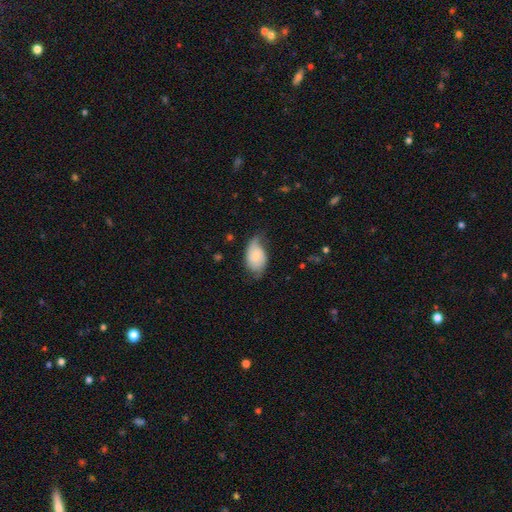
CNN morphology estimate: The model was most divided on "smooth or featured": smooth: 48%, featured or disk: 44%, star or artifact: 8%. Remaining: merging — none (49%).